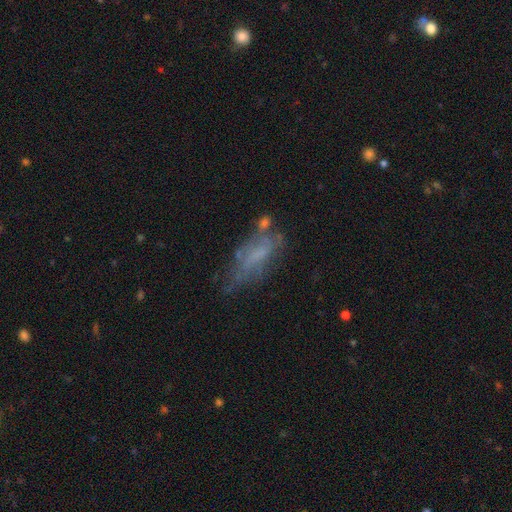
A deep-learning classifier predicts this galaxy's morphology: Smooth or featured? featured or disk (45%)
Merging? none (42%)